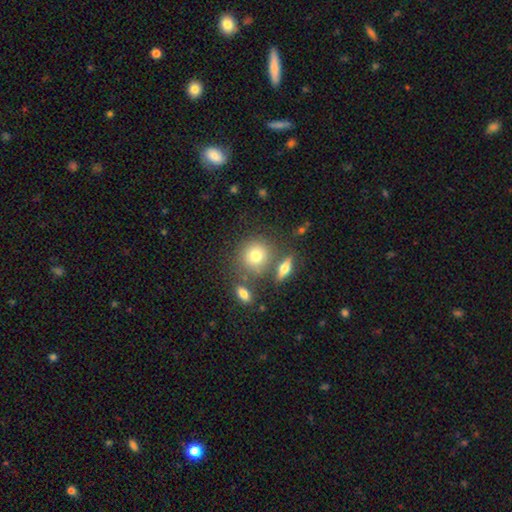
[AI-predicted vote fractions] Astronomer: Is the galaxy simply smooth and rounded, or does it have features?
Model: smooth — 75%.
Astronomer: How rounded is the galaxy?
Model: round — 83%.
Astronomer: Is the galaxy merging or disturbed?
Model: none — 68%.